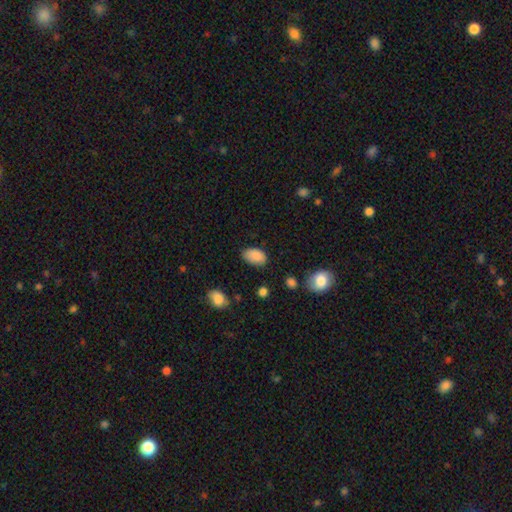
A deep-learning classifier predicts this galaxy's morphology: A smooth galaxy with no disk features (87%) that is in between round and cigar-shaped (93%).

Vote fractions:
- Smooth or featured? smooth: 87% / star or artifact: 8% / featured or disk: 5%
- How rounded? in between: 93% / round: 6% / cigar-shaped: 1%
- Merging? none: 72% / minor disturbance: 21% / major disturbance: 4% / merger: 2%